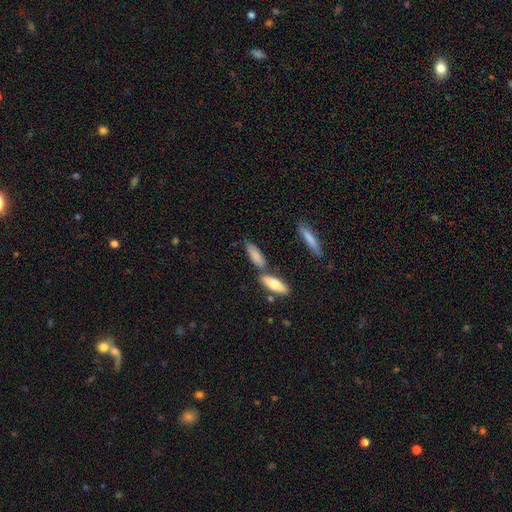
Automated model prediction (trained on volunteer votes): Smooth or featured? smooth (80%)
How rounded? in between (51%)
Merging? none (61%)